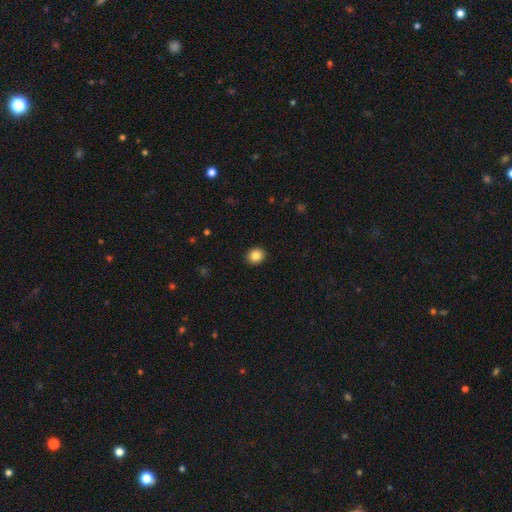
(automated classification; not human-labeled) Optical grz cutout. It shows a smooth galaxy with no disk features (84%) that is round (77%). Merging: none (92%).